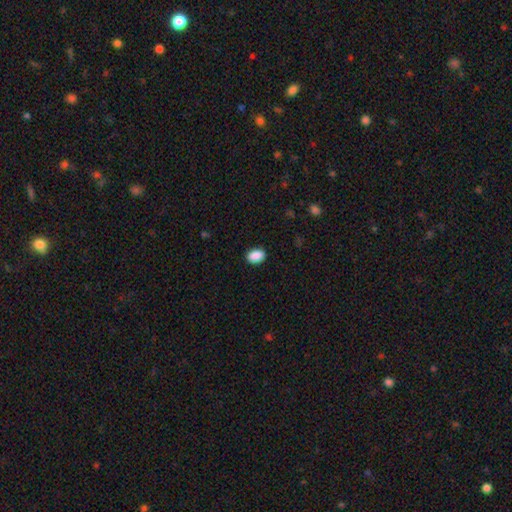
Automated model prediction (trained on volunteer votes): smooth-or-featured: smooth: 90% | star or artifact: 7% | featured or disk: 3%
  how-rounded: in between: 80% | round: 19% | cigar-shaped: 1%
  merging: none: 89% | minor disturbance: 8% | major disturbance: 2% | merger: 1%